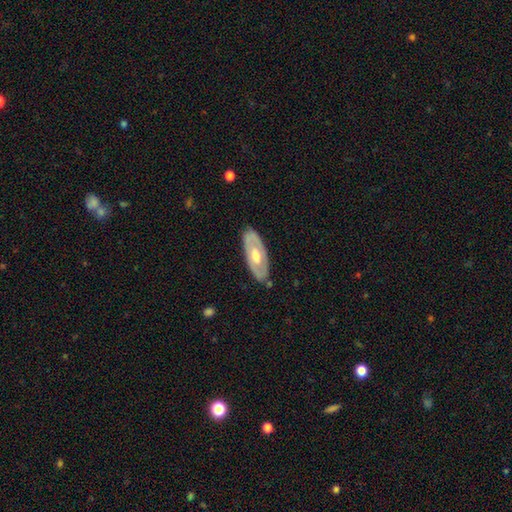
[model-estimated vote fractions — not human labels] Overall: featured or disk (62%; smooth 33%). Edge-on disk: no (82%). Bar: no (77%). Spiral arms: no (72%). Bulge size: moderate (71%). Merging: none (85%).